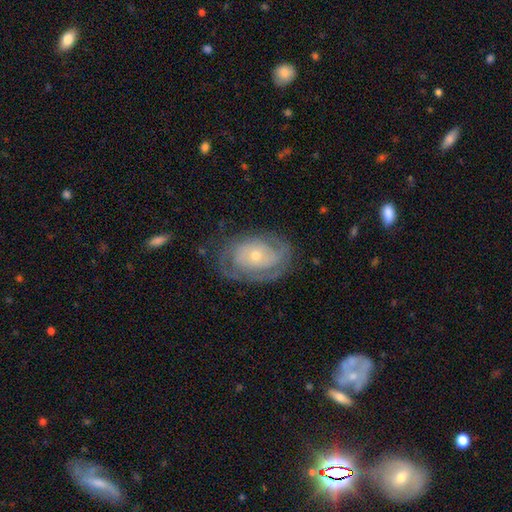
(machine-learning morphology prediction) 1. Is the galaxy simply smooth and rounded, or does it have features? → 75% featured or disk, 20% smooth, 6% star or artifact.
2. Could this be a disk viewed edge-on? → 96% no, 4% yes.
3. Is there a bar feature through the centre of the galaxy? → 80% no, 16% weak, 4% strong.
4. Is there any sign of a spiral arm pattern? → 82% yes, 18% no.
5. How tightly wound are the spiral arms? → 64% tight, 27% medium, 9% loose.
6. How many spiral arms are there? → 41% can't tell, 34% 2, 11% 3, 7% 1, 4% 4, 3% more than 4.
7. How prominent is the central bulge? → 62% small, 34% moderate, 2% large, 1% none, 1% dominant.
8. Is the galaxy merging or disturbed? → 68% none, 20% minor disturbance, 11% major disturbance, 1% merger.